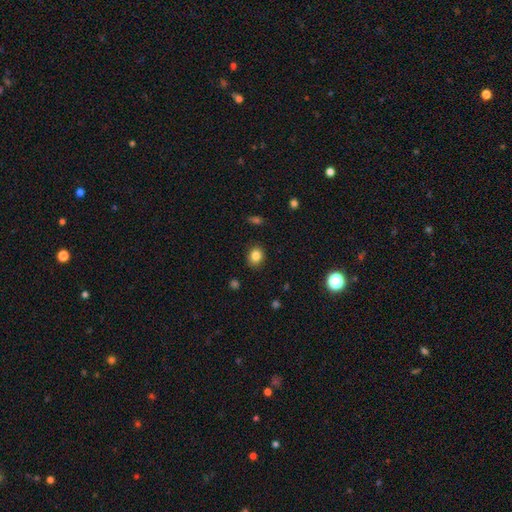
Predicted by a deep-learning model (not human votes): smooth_or_featured: smooth (p=0.84) [alt: star or artifact p=0.11]
how_rounded: round (p=0.65) [alt: in between p=0.34]
merging: none (p=0.88) [alt: minor disturbance p=0.09]